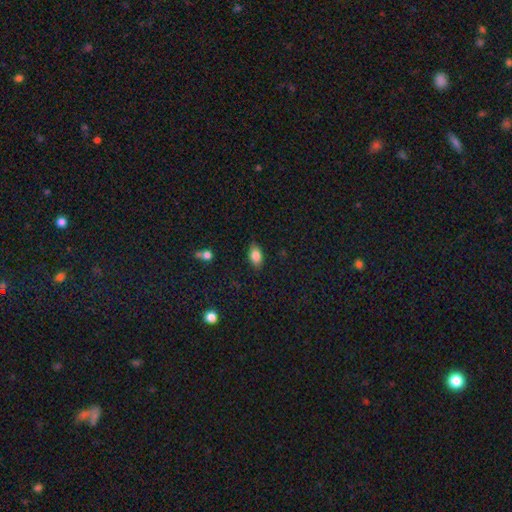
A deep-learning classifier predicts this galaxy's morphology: Smooth or featured?
  - smooth: 82% *
  - featured or disk: 9%
  - star or artifact: 8%
How rounded?
  - in between: 89% *
  - round: 7%
  - cigar-shaped: 4%
Merging?
  - none: 84% *
  - minor disturbance: 12%
  - major disturbance: 2%
  - merger: 1%